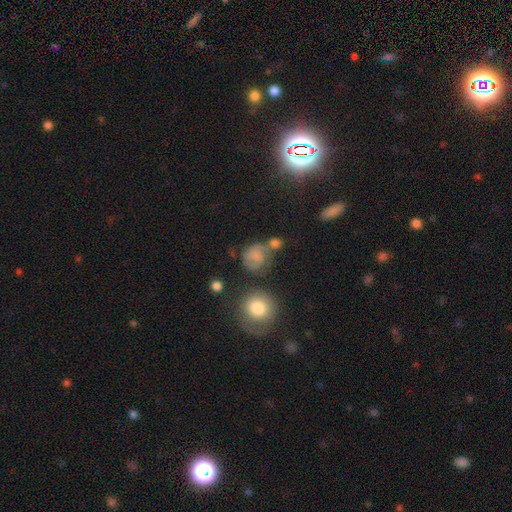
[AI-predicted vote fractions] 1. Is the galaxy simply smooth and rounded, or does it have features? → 54% smooth, 34% featured or disk, 12% star or artifact.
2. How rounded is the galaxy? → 75% round, 23% in between, 1% cigar-shaped.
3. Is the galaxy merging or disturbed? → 40% none, 22% minor disturbance, 20% merger, 18% major disturbance.